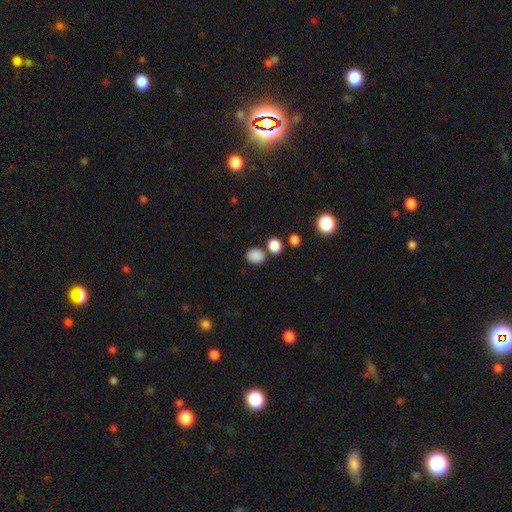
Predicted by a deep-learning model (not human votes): A smooth galaxy with no disk features (86%) that is round (50%).

Vote fractions:
- Smooth or featured? smooth: 86% / star or artifact: 11% / featured or disk: 4%
- How rounded? round: 50% / in between: 49% / cigar-shaped: 1%
- Merging? none: 73% / merger: 13% / minor disturbance: 11% / major disturbance: 3%